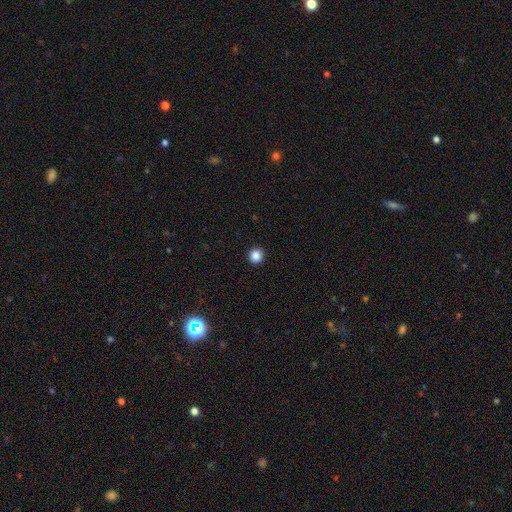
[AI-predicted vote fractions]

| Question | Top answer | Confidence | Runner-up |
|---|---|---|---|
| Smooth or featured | smooth | 86% | star or artifact (11%) |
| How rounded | round | 93% | in between (6%) |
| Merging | none | 93% | minor disturbance (4%) |